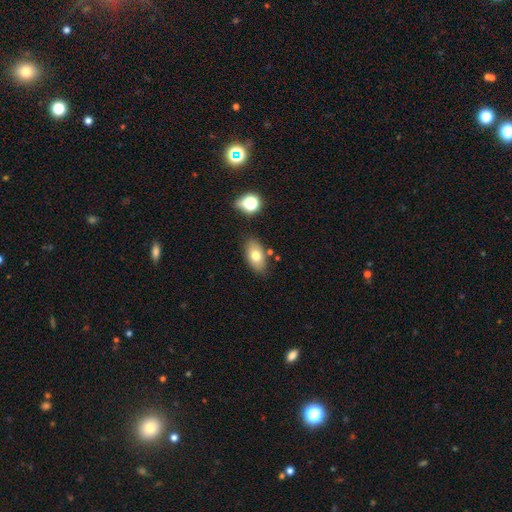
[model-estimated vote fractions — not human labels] smooth_or_featured: smooth (p=0.74) [alt: featured or disk p=0.17]
how_rounded: in between (p=0.91) [alt: round p=0.07]
merging: none (p=0.80) [alt: minor disturbance p=0.12]